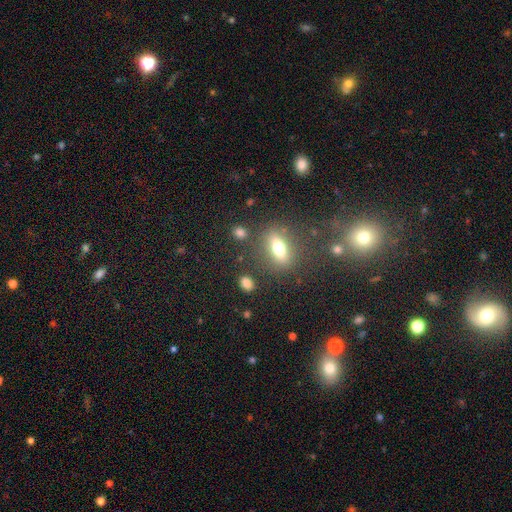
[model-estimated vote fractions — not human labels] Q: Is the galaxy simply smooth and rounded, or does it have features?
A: smooth — 50%.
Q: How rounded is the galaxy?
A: in between — 52%.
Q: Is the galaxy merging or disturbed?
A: none — 65%.